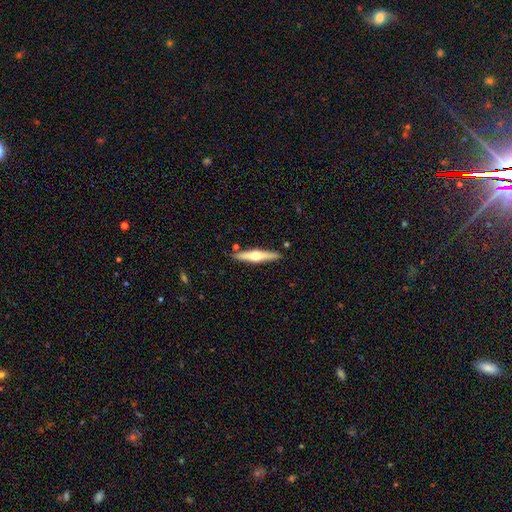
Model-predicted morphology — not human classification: A featured or disk galaxy (63%) viewed edge-on (97%) with a rounded central bulge (94%).

Vote fractions:
- Smooth or featured? featured or disk: 63% / smooth: 31% / star or artifact: 5%
- Edge-on disk? yes: 97% / no: 3%
- Edge-on bulge? rounded: 94% / none: 3% / boxy: 3%
- Merging? none: 88% / minor disturbance: 8% / merger: 2% / major disturbance: 2%